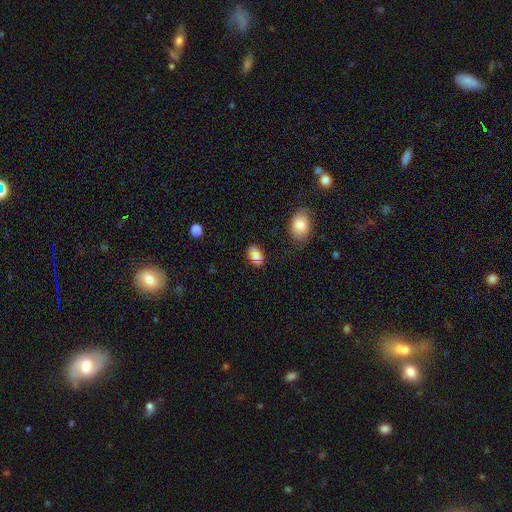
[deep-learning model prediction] This appears to be a smooth galaxy with no disk features (71%) that is in between round and cigar-shaped (81%). Merging: none (74%).